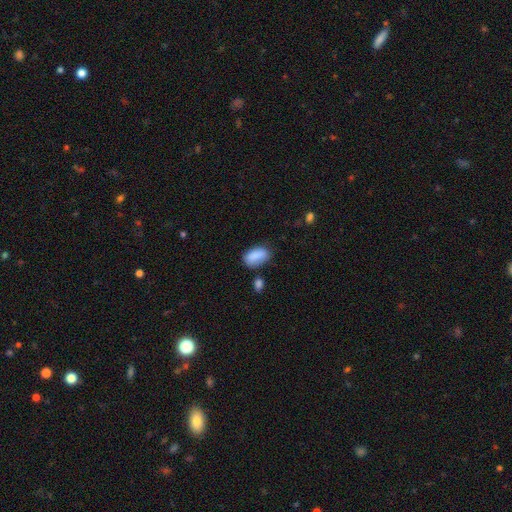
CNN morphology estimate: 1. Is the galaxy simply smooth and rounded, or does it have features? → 87% smooth, 7% star or artifact, 6% featured or disk.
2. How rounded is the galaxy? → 92% in between, 5% round, 3% cigar-shaped.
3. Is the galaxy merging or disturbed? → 66% none, 21% minor disturbance, 7% merger, 5% major disturbance.